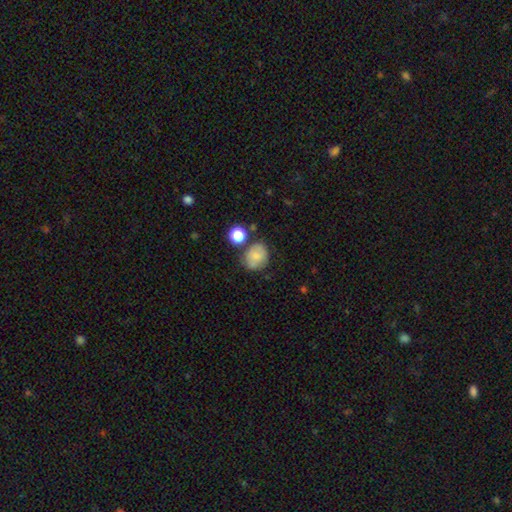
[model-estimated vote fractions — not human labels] Q: Smooth or featured?
A: smooth (74%); runner-up: featured or disk (16%)
Q: How rounded?
A: round (56%); runner-up: in between (43%)
Q: Merging?
A: none (61%); runner-up: minor disturbance (20%)